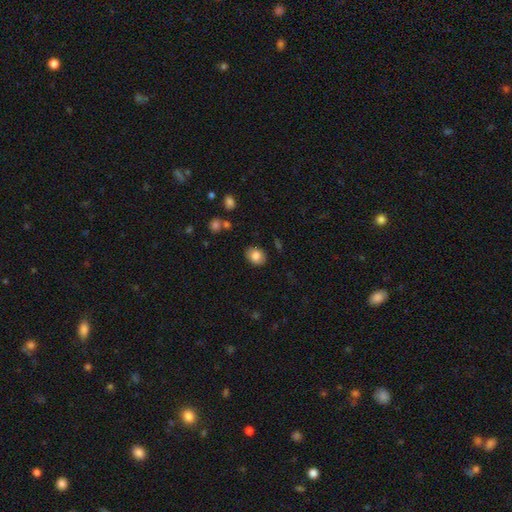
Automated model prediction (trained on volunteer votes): This appears to be a smooth galaxy with no disk features (82%) that is in between round and cigar-shaped (58%). Merging: none (85%).